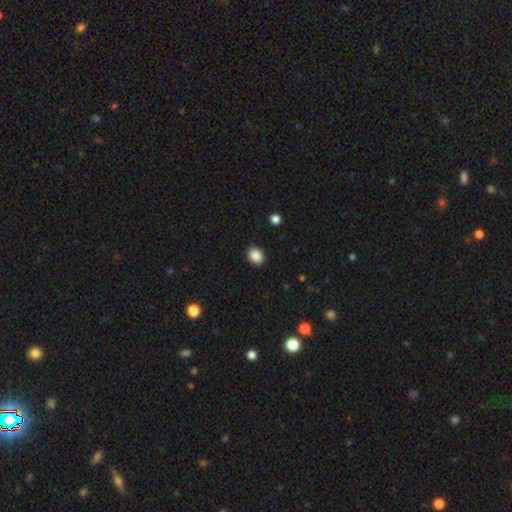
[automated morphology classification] This is clearly a smooth galaxy (88%). How rounded: possibly round (54%). Merging: clearly none (90%).